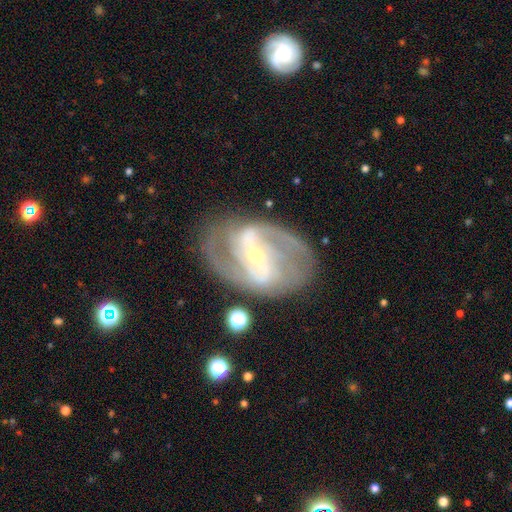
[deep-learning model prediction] Smooth or featured? Predicted: featured or disk (p=0.88). Edge-on disk? Predicted: no (p=0.96). Bar? Predicted: strong (p=0.55). Spiral arms? Predicted: yes (p=0.94). Spiral winding? Predicted: medium (p=0.49). Spiral arm count? Predicted: 2 (p=0.67). Bulge size? Predicted: small (p=0.69). Merging? Predicted: none (p=0.73).